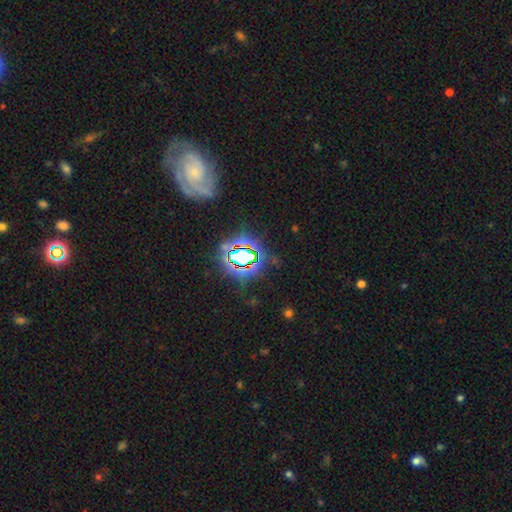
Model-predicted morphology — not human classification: star or artifact 60%, featured or disk 21%, smooth 19%.